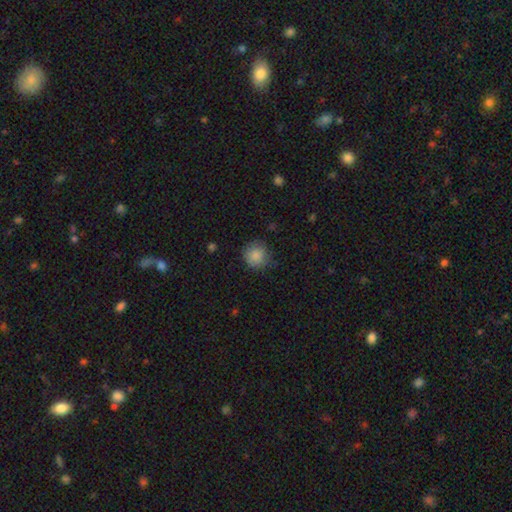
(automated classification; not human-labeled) Smooth or featured?
  - smooth: 86% *
  - star or artifact: 9%
  - featured or disk: 5%
How rounded?
  - round: 92% *
  - in between: 7%
  - cigar-shaped: 1%
Merging?
  - none: 77% *
  - minor disturbance: 17%
  - major disturbance: 4%
  - merger: 1%